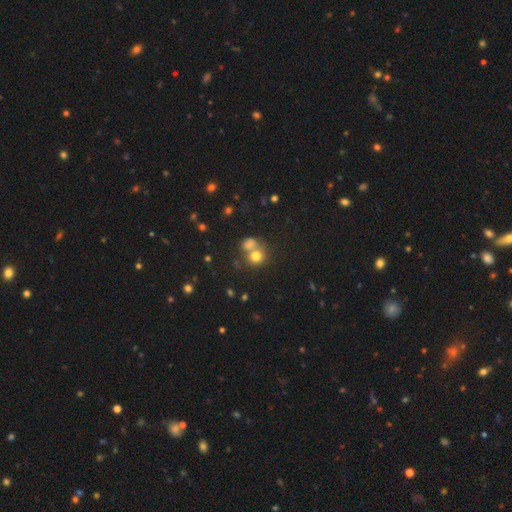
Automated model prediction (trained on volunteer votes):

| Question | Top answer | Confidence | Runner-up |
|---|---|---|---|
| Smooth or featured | smooth | 74% | star or artifact (14%) |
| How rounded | round | 80% | in between (19%) |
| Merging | merger | 48% | none (40%) |